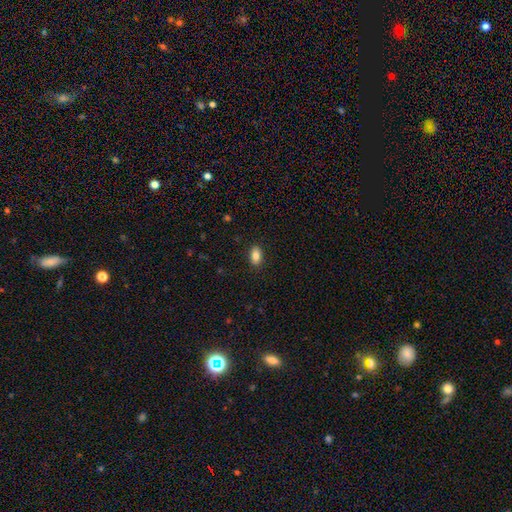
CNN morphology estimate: Smooth or featured: smooth — 84% (featured or disk — 8%)
How rounded: in between — 89% (round — 7%)
Merging: none — 89% (minor disturbance — 8%)